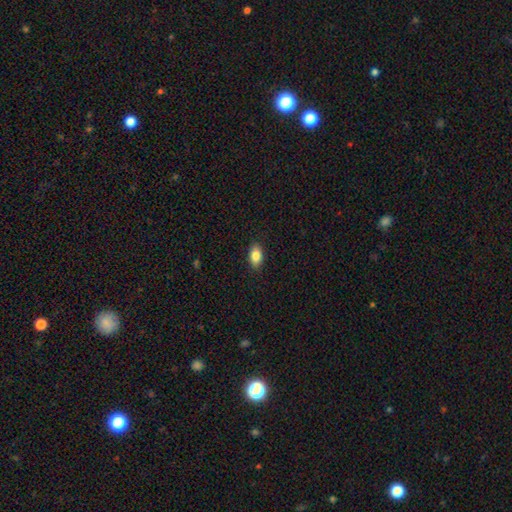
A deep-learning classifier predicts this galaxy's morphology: This appears to be a smooth galaxy with no disk features (85%) that is in between round and cigar-shaped (90%). Merging: none (89%).